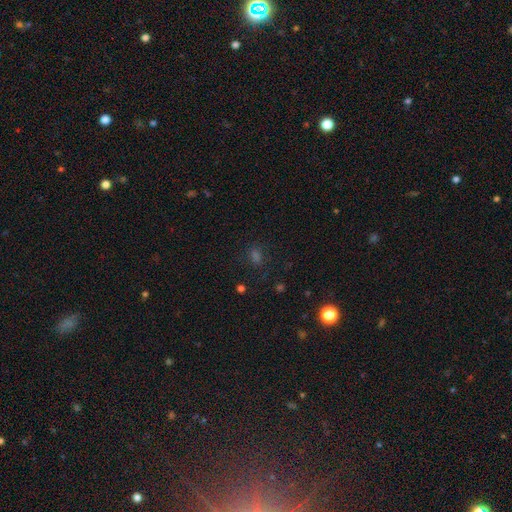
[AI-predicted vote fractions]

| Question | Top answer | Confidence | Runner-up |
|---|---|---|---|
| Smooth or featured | smooth | 56% | star or artifact (36%) |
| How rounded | in between | 52% | round (45%) |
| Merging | none | 78% | minor disturbance (13%) |